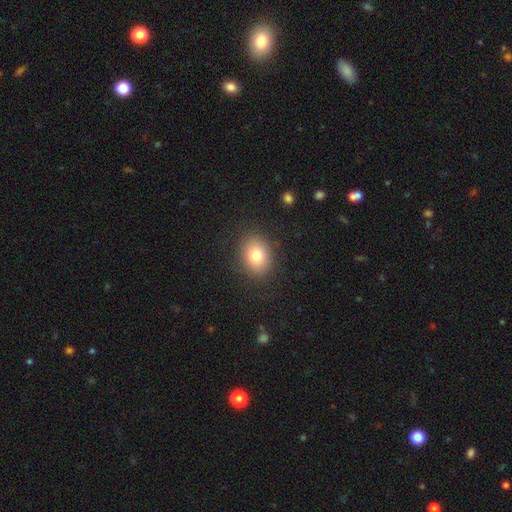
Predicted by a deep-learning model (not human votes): Morphology: type=smooth (80%); roundness=round (50%); merging=none (87%).